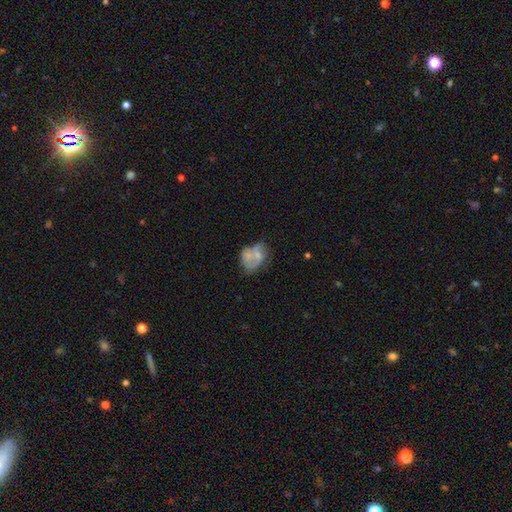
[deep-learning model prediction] Q: Smooth or featured?
A: smooth (45%); tied with: featured or disk (45%)
Q: Merging?
A: merger (37%); runner-up: none (27%)